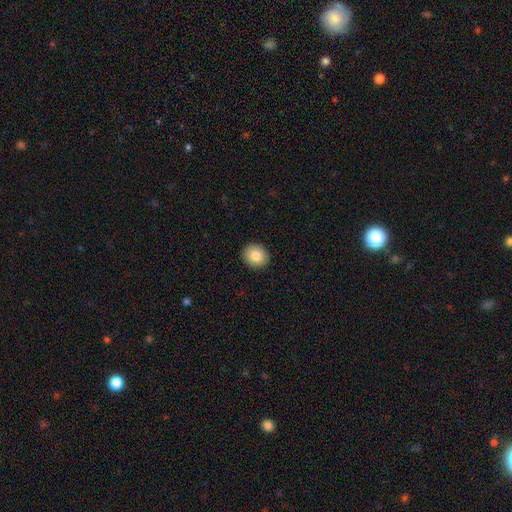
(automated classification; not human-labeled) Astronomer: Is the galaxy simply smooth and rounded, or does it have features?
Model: smooth — 84%.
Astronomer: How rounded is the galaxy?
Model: round — 77%.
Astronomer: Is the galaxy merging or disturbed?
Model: none — 92%.